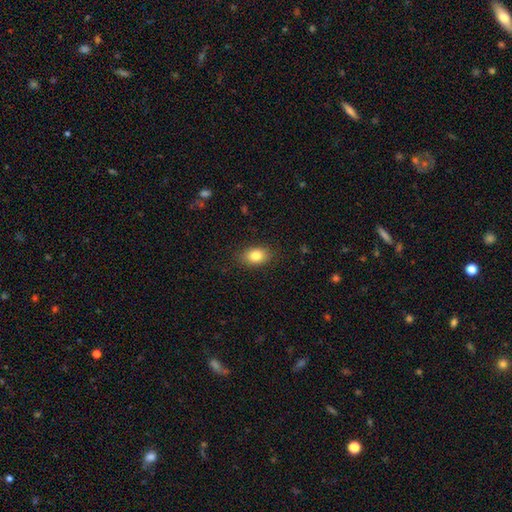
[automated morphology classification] The model was most divided on "how rounded": in between: 82%, round: 17%, cigar-shaped: 2%. More confident: merging — none (87%); smooth or featured — smooth (83%).